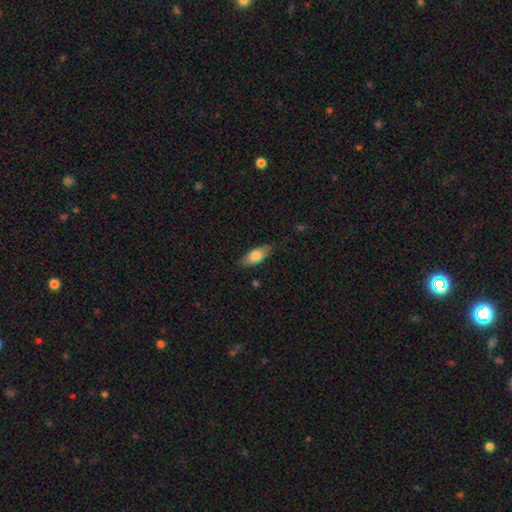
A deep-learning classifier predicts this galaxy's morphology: This is likely a smooth galaxy (77%). How rounded: likely in between (80%). Merging: clearly none (82%).